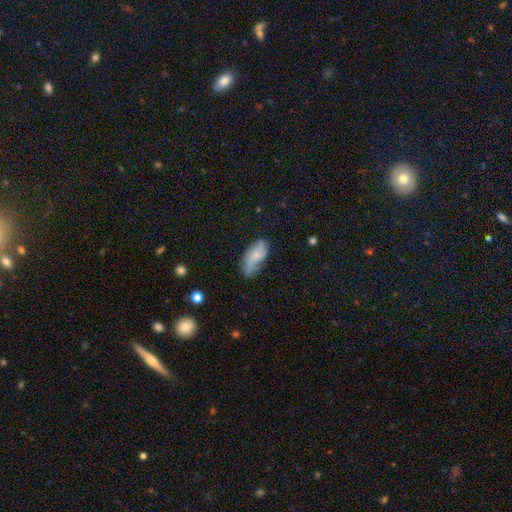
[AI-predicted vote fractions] Smooth or featured? Predicted: smooth (p=0.54). How rounded? Predicted: in between (p=0.86). Merging? Predicted: none (p=0.46).